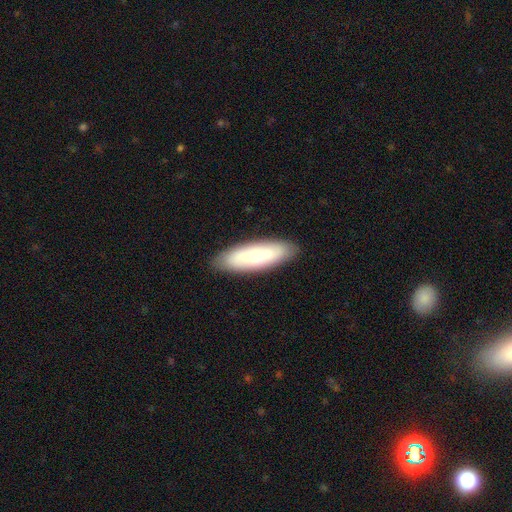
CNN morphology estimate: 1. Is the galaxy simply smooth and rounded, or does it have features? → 61% smooth, 32% featured or disk, 7% star or artifact.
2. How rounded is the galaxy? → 50% cigar-shaped, 48% in between, 2% round.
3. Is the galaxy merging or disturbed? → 89% none, 8% minor disturbance, 2% major disturbance, 1% merger.